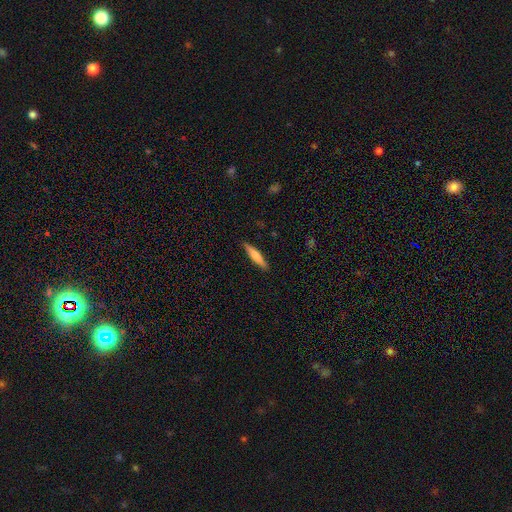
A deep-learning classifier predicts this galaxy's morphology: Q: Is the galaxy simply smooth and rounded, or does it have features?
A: smooth — 64%.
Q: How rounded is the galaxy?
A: cigar-shaped — 88%.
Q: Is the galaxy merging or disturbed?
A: none — 90%.